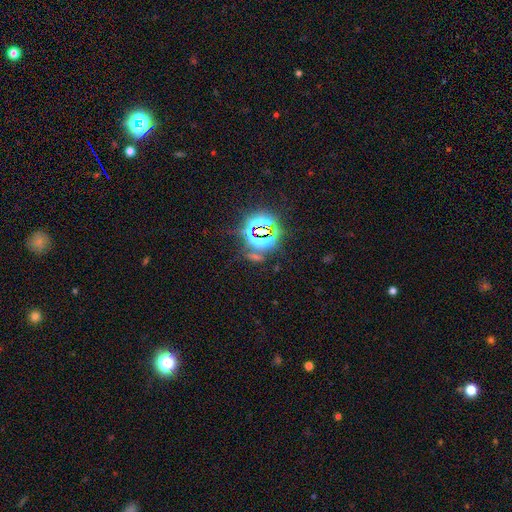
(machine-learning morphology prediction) type=star or artifact (81%).